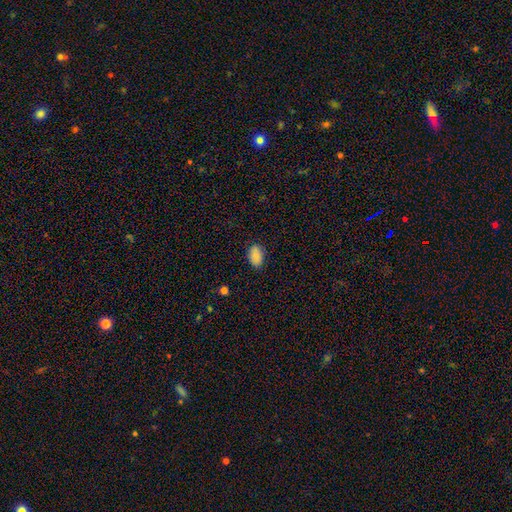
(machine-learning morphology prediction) smooth_or_featured: smooth (p=0.82) [alt: featured or disk p=0.10]
how_rounded: in between (p=0.89) [alt: round p=0.10]
merging: none (p=0.84) [alt: minor disturbance p=0.13]